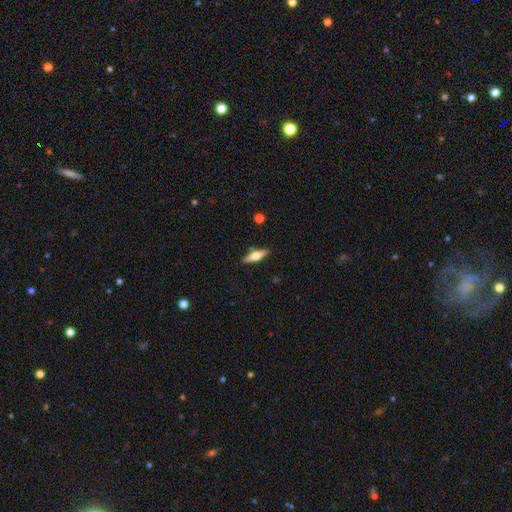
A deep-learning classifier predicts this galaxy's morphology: This appears to be a featured or disk galaxy (58%) viewed edge-on (95%) with a rounded central bulge (94%). Merging: none (86%).